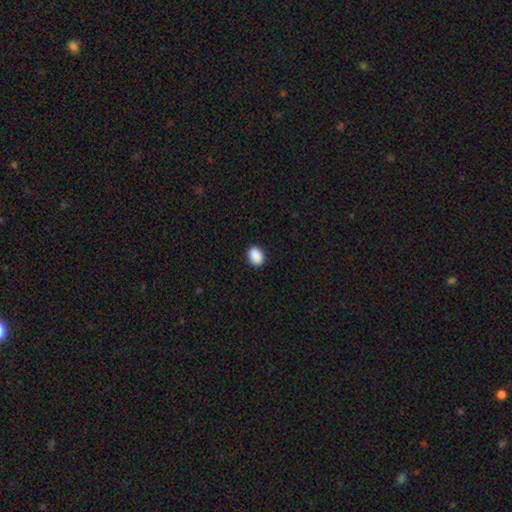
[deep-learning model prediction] Smooth or featured: smooth — 90% (star or artifact — 8%)
How rounded: in between — 70% (round — 29%)
Merging: none — 90% (minor disturbance — 7%)